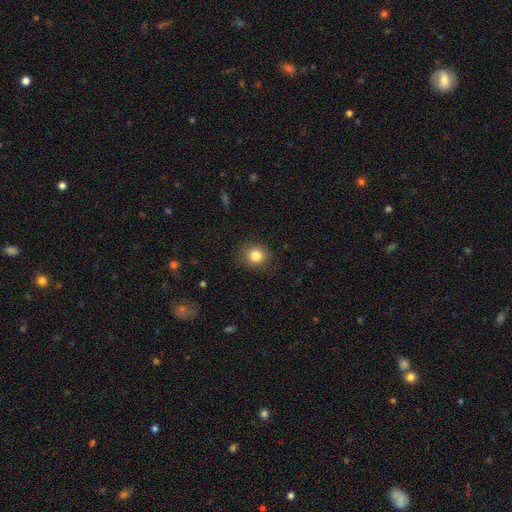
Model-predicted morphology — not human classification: smooth-or-featured: smooth: 85% | star or artifact: 10% | featured or disk: 5%
  how-rounded: round: 81% | in between: 18% | cigar-shaped: 1%
  merging: none: 85% | minor disturbance: 11% | major disturbance: 4% | merger: 1%